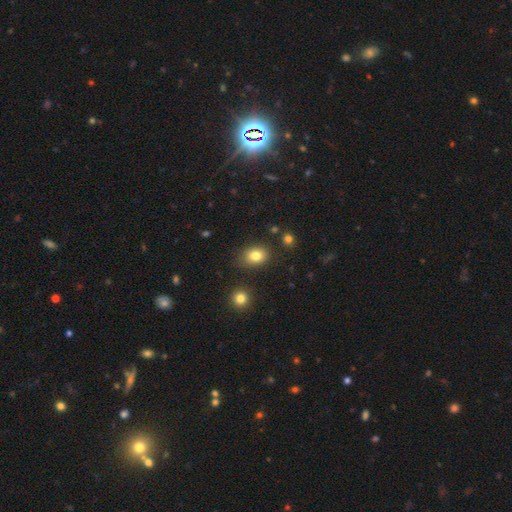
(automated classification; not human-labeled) Smooth or featured?
  - smooth: 81% *
  - star or artifact: 11%
  - featured or disk: 8%
How rounded?
  - in between: 60% *
  - round: 39%
  - cigar-shaped: 1%
Merging?
  - none: 81% *
  - minor disturbance: 13%
  - major disturbance: 3%
  - merger: 3%